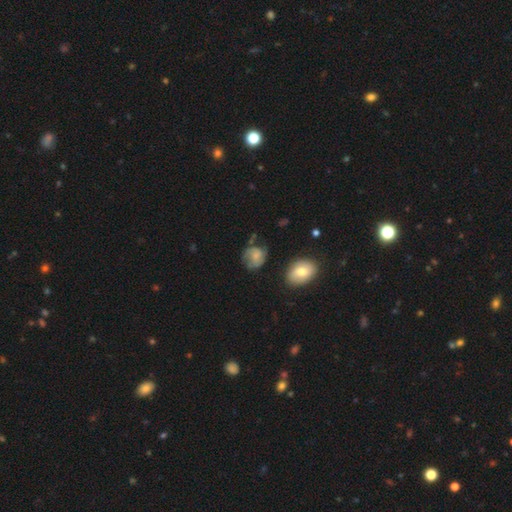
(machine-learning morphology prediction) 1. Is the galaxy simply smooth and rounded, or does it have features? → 47% smooth, 43% featured or disk, 9% star or artifact.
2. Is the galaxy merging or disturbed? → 54% none, 27% minor disturbance, 15% major disturbance, 4% merger.